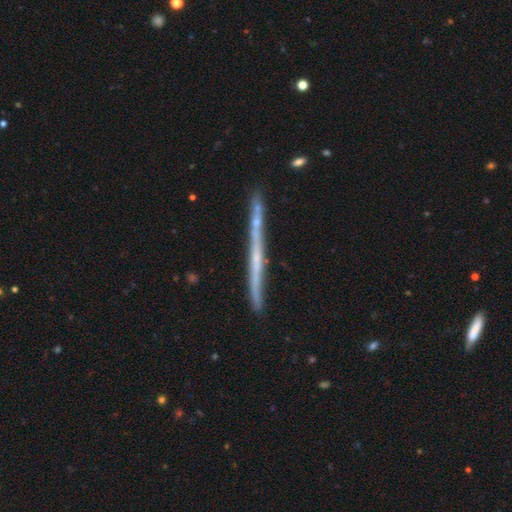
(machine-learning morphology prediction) Smooth or featured: featured or disk — 65% (smooth — 28%)
Edge-on disk: yes — 97% (no — 3%)
Edge-on bulge: none — 83% (rounded — 13%)
Merging: none — 84% (minor disturbance — 10%)